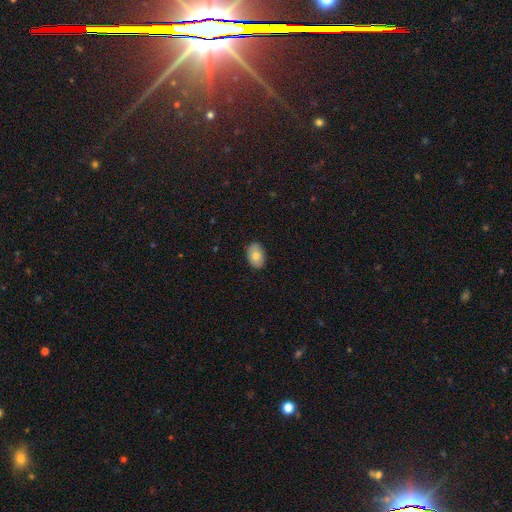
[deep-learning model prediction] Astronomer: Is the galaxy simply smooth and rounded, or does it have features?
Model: smooth — 75%.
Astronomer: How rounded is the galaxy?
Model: in between — 86%.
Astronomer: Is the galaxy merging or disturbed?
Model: none — 87%.